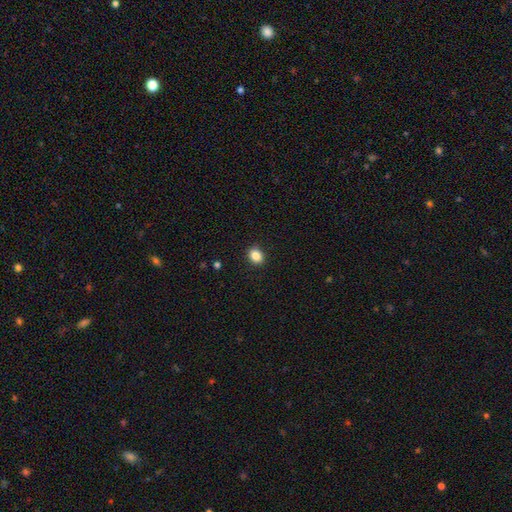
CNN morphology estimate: A smooth galaxy with no disk features (86%) that is round (51%). Merging: none (90%).